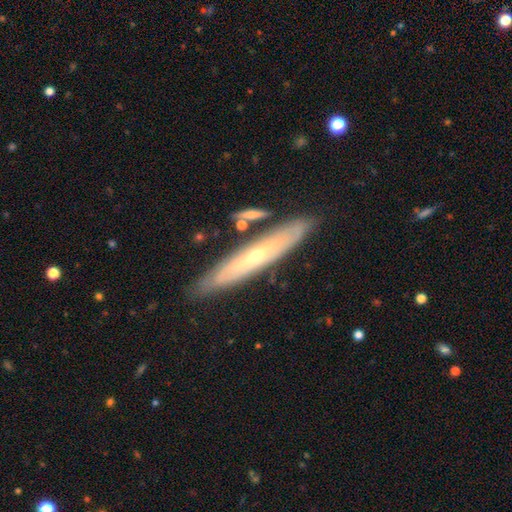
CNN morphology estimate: Smooth or featured? featured or disk (66%)
Edge-on disk? yes (65%)
Merging? none (82%)